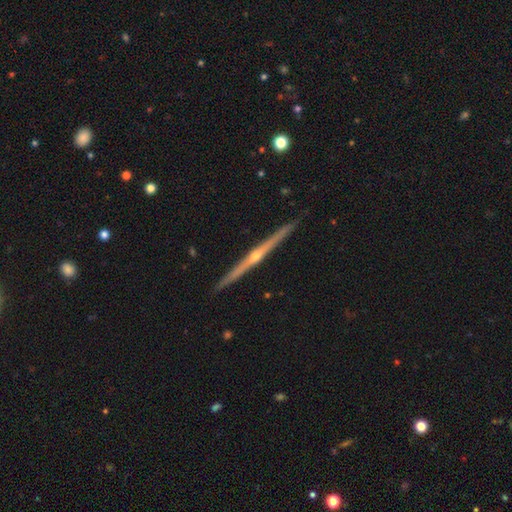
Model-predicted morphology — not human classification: Smooth or featured? featured or disk (86%)
Edge-on disk? yes (99%)
Edge-on bulge? rounded (84%)
Merging? none (93%)